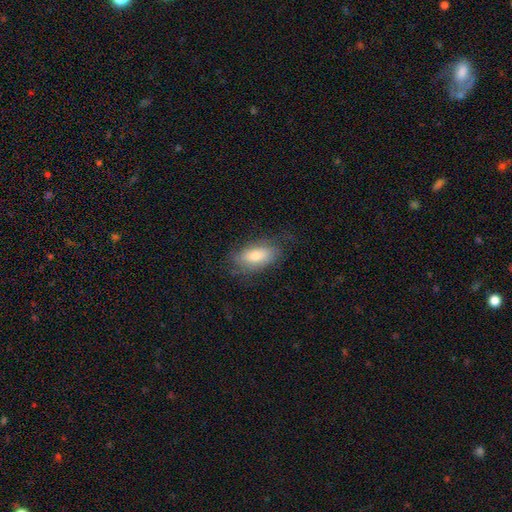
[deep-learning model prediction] A smooth galaxy with no disk features (62%) that is in between round and cigar-shaped (88%).

Vote fractions:
- Smooth or featured? smooth: 62% / featured or disk: 30% / star or artifact: 8%
- How rounded? in between: 88% / cigar-shaped: 7% / round: 4%
- Merging? none: 65% / minor disturbance: 22% / major disturbance: 12% / merger: 1%